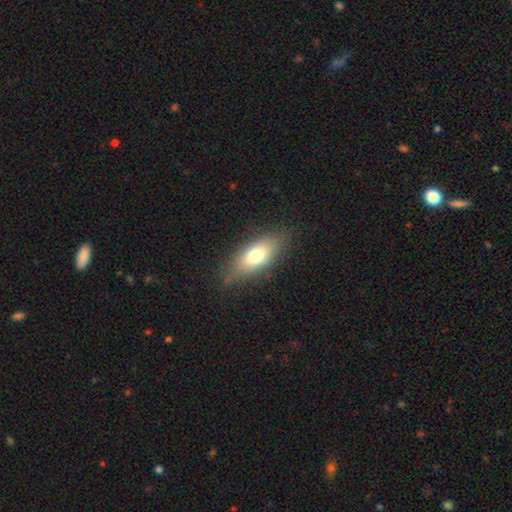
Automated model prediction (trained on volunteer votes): This appears to be a smooth galaxy with no disk features (72%) that is in between round and cigar-shaped (80%). Merging: none (76%).